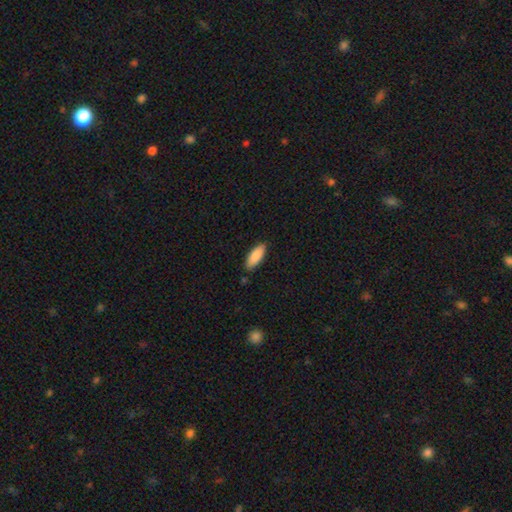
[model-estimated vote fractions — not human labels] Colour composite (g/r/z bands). It shows a smooth galaxy with no disk features (88%) that is in between round and cigar-shaped (70%). Merging: none (85%).